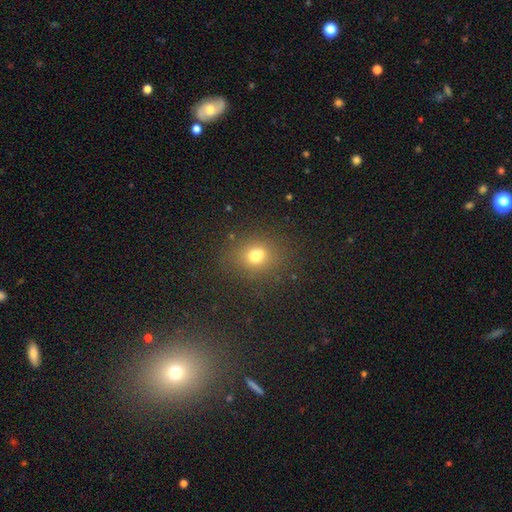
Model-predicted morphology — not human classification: smooth 72%, star or artifact 19%, featured or disk 10%. Down the decision tree: how rounded — round (59%); merging — none (80%).